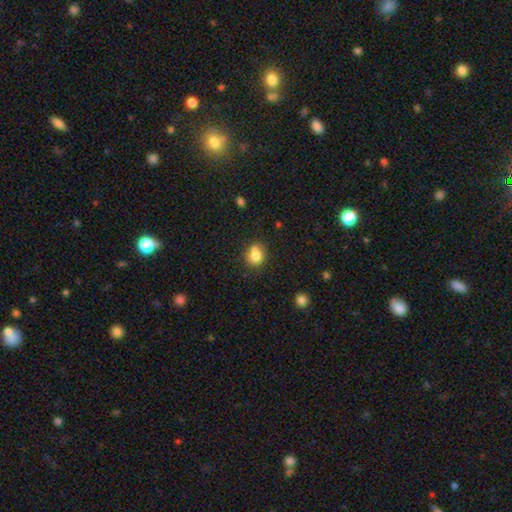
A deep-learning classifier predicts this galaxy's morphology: A smooth galaxy with no disk features (78%) that is round (68%).

Vote fractions:
- Smooth or featured? smooth: 78% / featured or disk: 11% / star or artifact: 11%
- How rounded? round: 68% / in between: 31% / cigar-shaped: 1%
- Merging? none: 55% / merger: 21% / minor disturbance: 19% / major disturbance: 5%